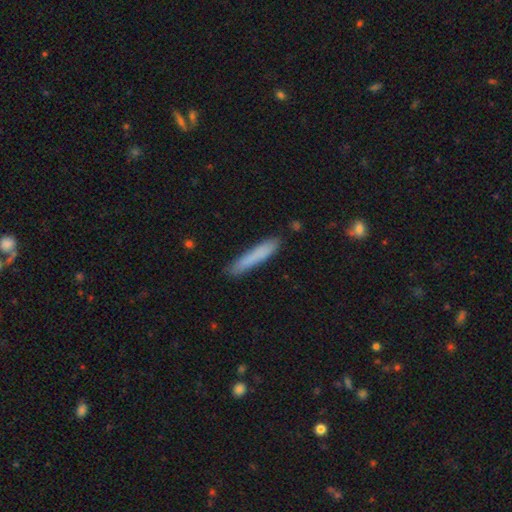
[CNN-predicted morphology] smooth-or-featured: smooth: 79% | featured or disk: 15% | star or artifact: 6%
  how-rounded: cigar-shaped: 94% | in between: 5% | round: 1%
  merging: none: 84% | minor disturbance: 12% | major disturbance: 2% | merger: 2%